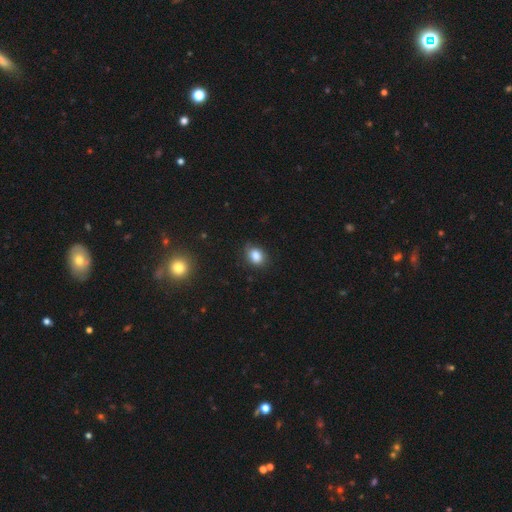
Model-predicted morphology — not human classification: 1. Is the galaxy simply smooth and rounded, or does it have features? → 83% smooth, 10% star or artifact, 7% featured or disk.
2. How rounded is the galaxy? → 67% in between, 32% round, 1% cigar-shaped.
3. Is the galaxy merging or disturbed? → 75% none, 20% minor disturbance, 4% major disturbance, 1% merger.